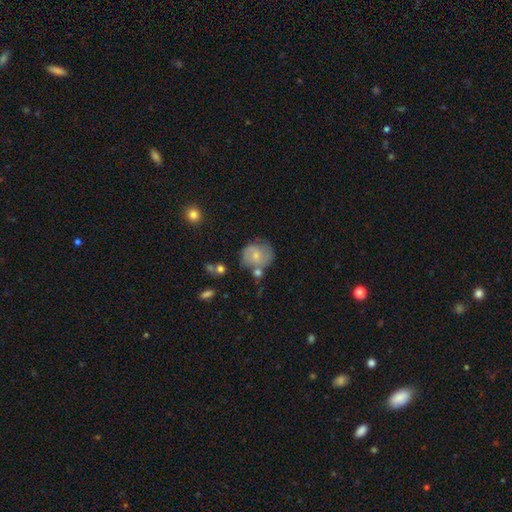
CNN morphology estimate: The model was most divided on "smooth or featured": smooth: 50%, featured or disk: 42%, star or artifact: 8%. More confident: merging — none (53%).